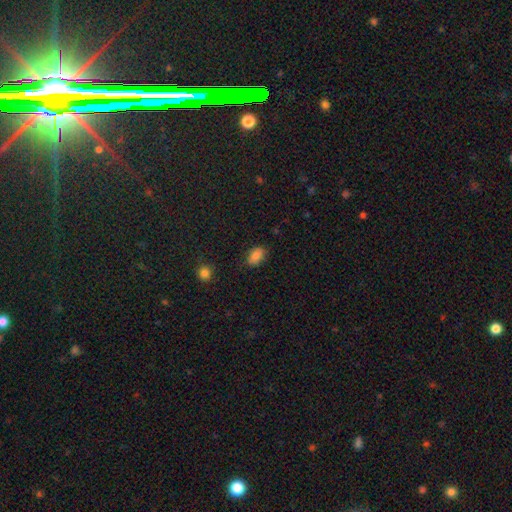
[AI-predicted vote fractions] The model was most divided on "merging": none: 83%, minor disturbance: 13%, major disturbance: 3%, merger: 1%. More confident: how rounded — in between (86%); smooth or featured — smooth (84%).